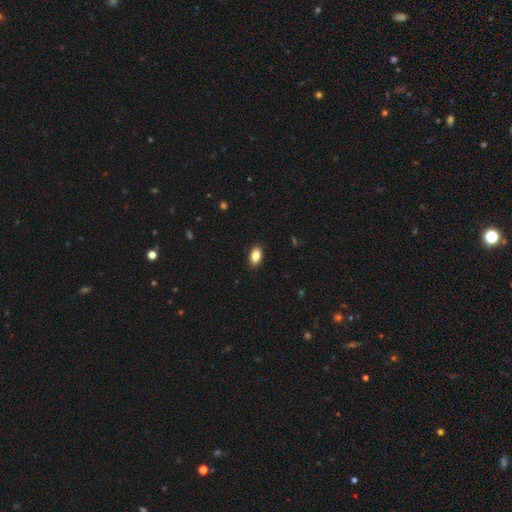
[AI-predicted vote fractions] Smooth or featured: smooth — 86% (star or artifact — 8%)
How rounded: in between — 90% (round — 7%)
Merging: none — 89% (minor disturbance — 8%)